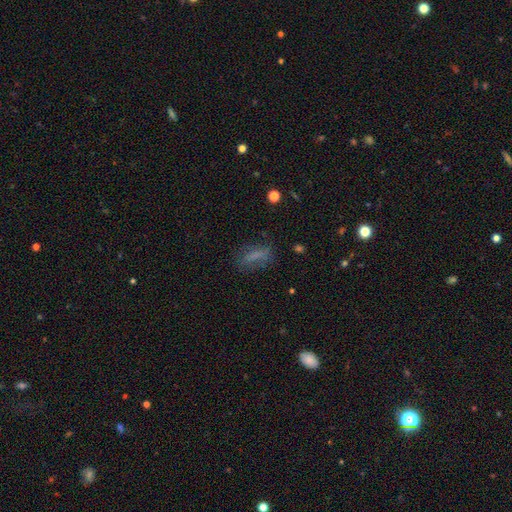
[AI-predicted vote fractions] This appears to be a smooth galaxy with no disk features (67%) that is in between round and cigar-shaped (48%). Merging: none (69%).